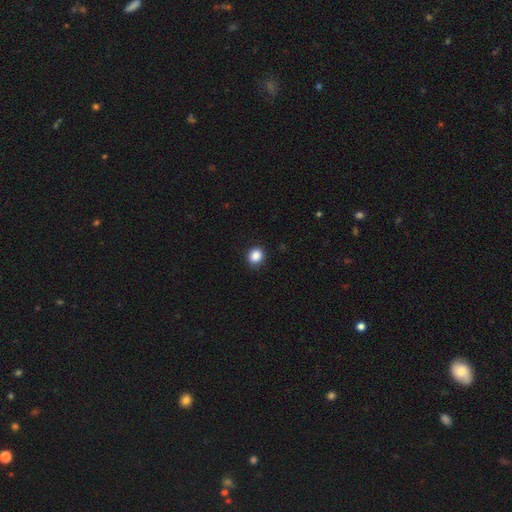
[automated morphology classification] The model was most divided on "how rounded": round: 76%, in between: 23%, cigar-shaped: 1%. More confident: merging — none (89%); smooth or featured — smooth (88%).